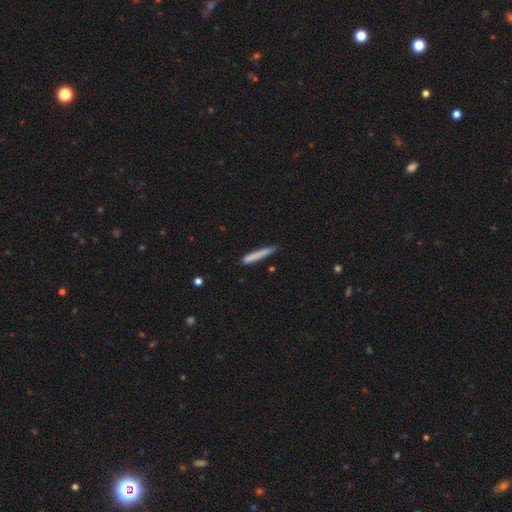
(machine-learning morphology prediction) smooth 79%, featured or disk 15%, star or artifact 7%. Down the decision tree: how rounded — cigar-shaped (96%); merging — none (83%).